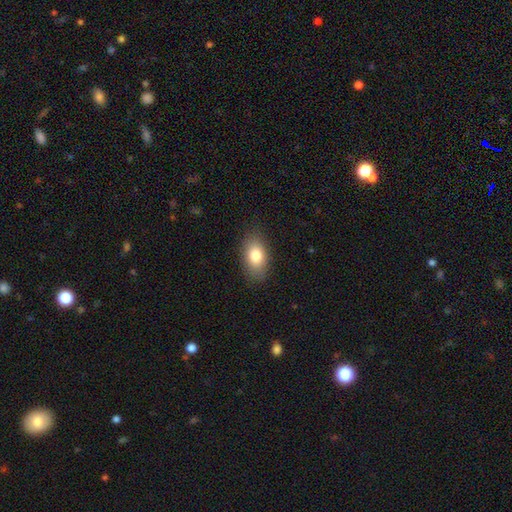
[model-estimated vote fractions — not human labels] Smooth or featured?
  - smooth: 80% *
  - featured or disk: 12%
  - star or artifact: 8%
How rounded?
  - in between: 89% *
  - round: 8%
  - cigar-shaped: 3%
Merging?
  - none: 85% *
  - minor disturbance: 11%
  - major disturbance: 3%
  - merger: 1%